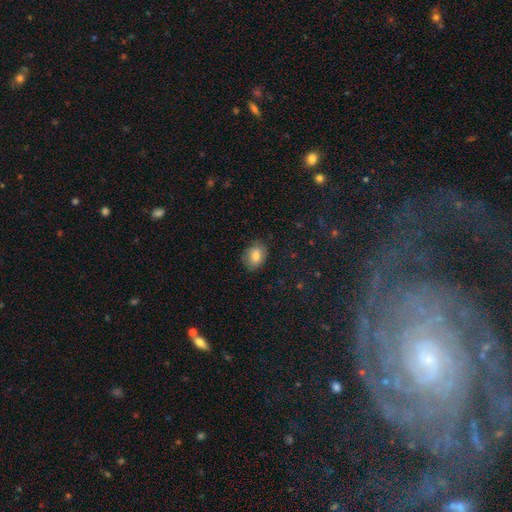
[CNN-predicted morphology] smooth_or_featured: smooth (p=0.78) [alt: featured or disk p=0.14]
how_rounded: in between (p=0.66) [alt: round p=0.33]
merging: none (p=0.79) [alt: minor disturbance p=0.16]